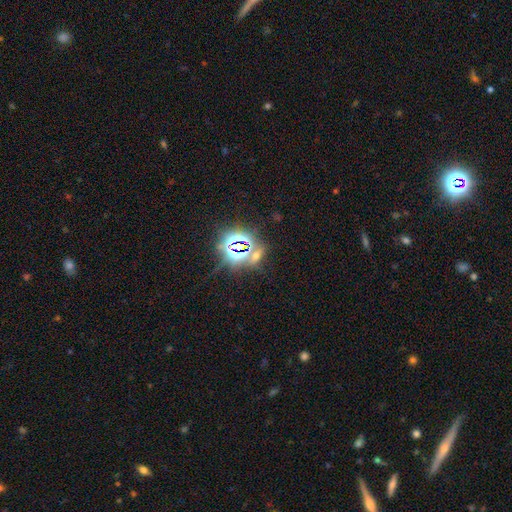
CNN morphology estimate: Smooth or featured?
  - star or artifact: 70% *
  - smooth: 21%
  - featured or disk: 9%